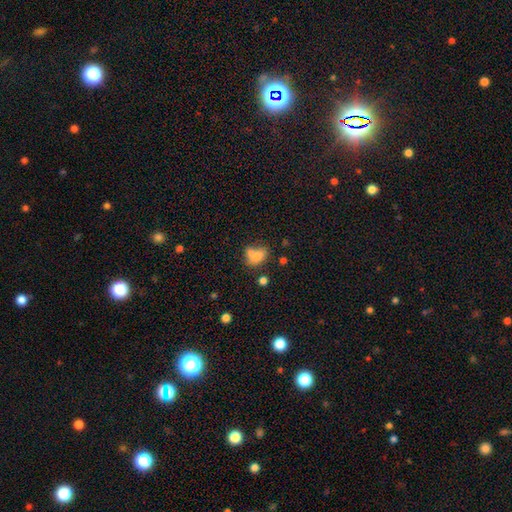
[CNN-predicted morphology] smooth 73%, featured or disk 15%, star or artifact 12%. Down the decision tree: how rounded — in between (71%); merging — merger (43%).